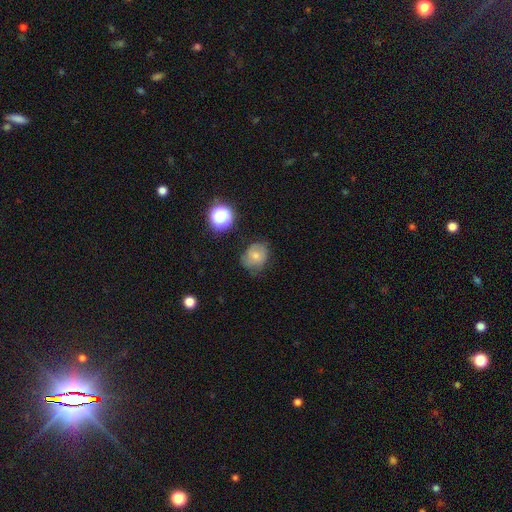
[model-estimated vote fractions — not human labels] smooth-or-featured: smooth: 67% | featured or disk: 21% | star or artifact: 12%
  how-rounded: round: 57% | in between: 42% | cigar-shaped: 1%
  merging: none: 62% | minor disturbance: 28% | major disturbance: 9% | merger: 2%